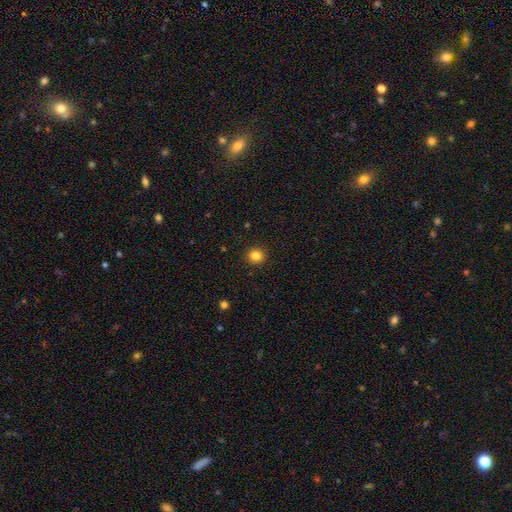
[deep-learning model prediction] Morphology: type=smooth (83%); roundness=round (93%); merging=none (93%).